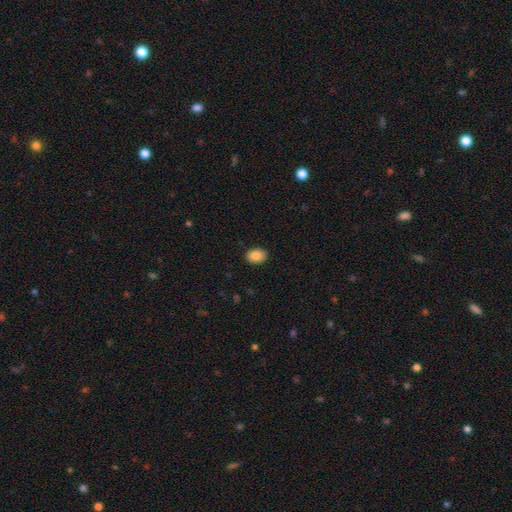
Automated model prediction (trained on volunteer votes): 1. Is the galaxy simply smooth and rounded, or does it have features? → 85% smooth, 8% star or artifact, 7% featured or disk.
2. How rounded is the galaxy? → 72% in between, 27% round, 1% cigar-shaped.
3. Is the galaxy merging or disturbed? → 89% none, 8% minor disturbance, 2% major disturbance, 1% merger.